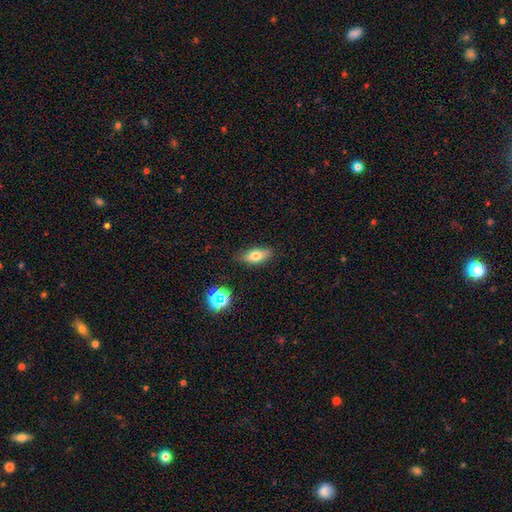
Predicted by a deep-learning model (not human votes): Smooth or featured?
  - smooth: 70% *
  - featured or disk: 19%
  - star or artifact: 10%
How rounded?
  - in between: 78% *
  - cigar-shaped: 17%
  - round: 6%
Merging?
  - none: 83% *
  - minor disturbance: 12%
  - major disturbance: 3%
  - merger: 2%